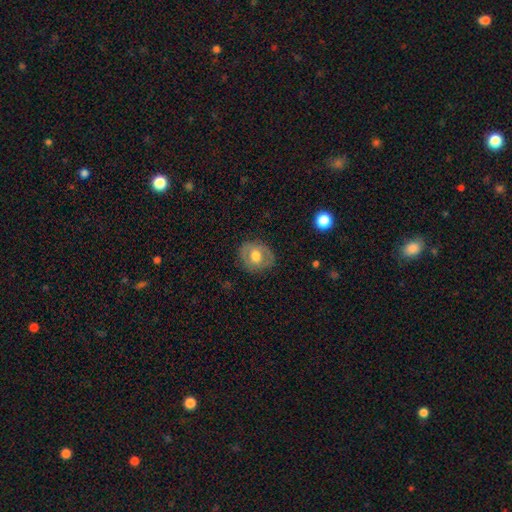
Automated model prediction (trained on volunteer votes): This appears to be a smooth galaxy with no disk features (57%) that is round (67%). Merging: none (81%).